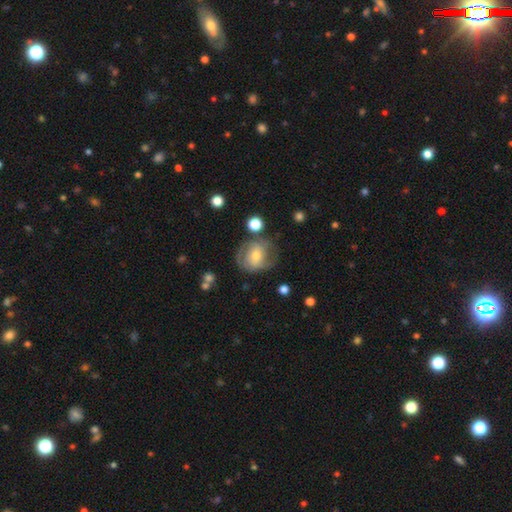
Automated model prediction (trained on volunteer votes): Smooth or featured: featured or disk — 51% (smooth — 40%)
Edge-on disk: no — 96% (yes — 4%)
Merging: none — 61% (minor disturbance — 21%)